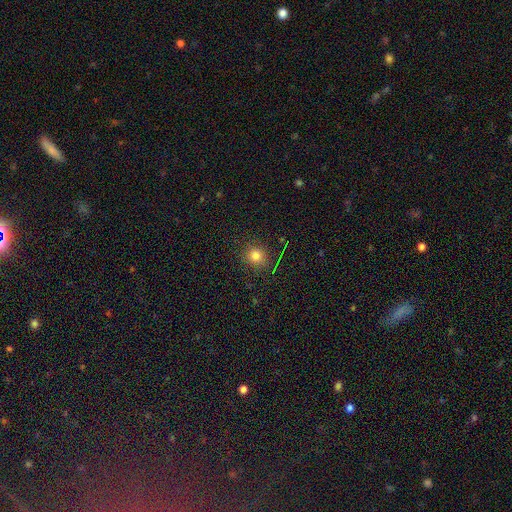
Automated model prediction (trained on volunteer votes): Morphology: type=smooth (79%); roundness=round (87%); merging=none (88%).